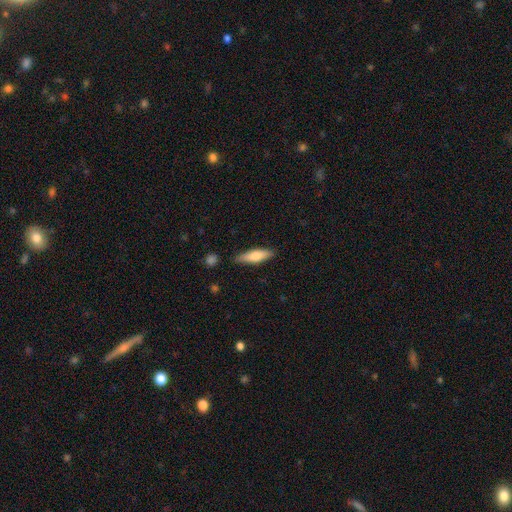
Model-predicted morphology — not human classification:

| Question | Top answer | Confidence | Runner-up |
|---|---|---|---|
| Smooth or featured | smooth | 67% | featured or disk (27%) |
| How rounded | cigar-shaped | 60% | in between (38%) |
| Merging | none | 83% | minor disturbance (12%) |